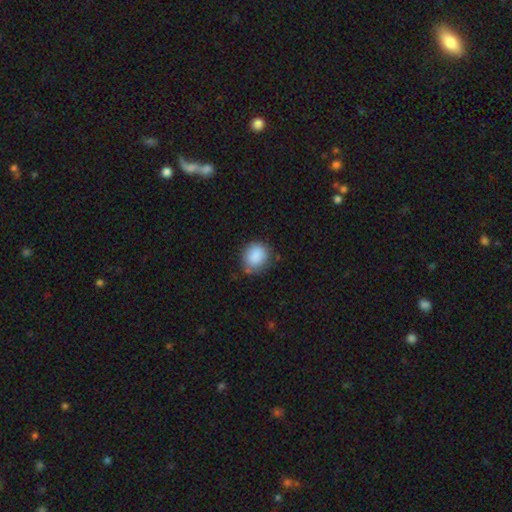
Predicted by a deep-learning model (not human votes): A smooth galaxy with no disk features (87%) that is round (73%). Merging: none (71%).